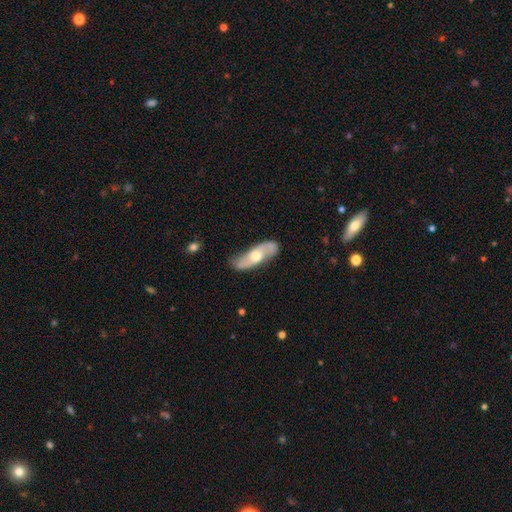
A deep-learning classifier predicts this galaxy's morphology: Overall: featured or disk (66%; smooth 29%). Edge-on disk: no (79%). Bar: no (64%; weak 28%). Spiral arms: yes (83%). Bulge size: moderate (71%). Merging: none (76%).